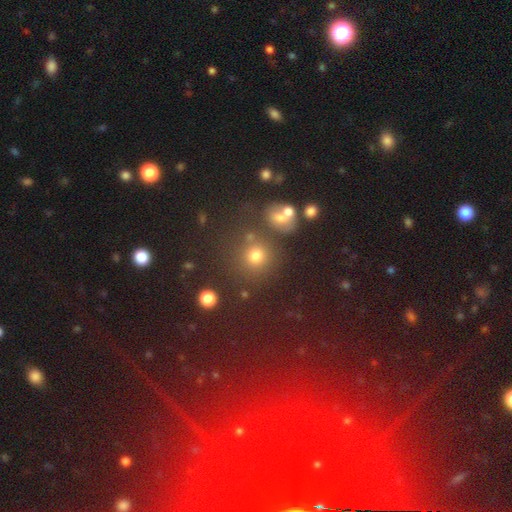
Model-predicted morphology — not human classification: Smooth or featured? Predicted: smooth (p=0.72). How rounded? Predicted: round (p=0.89). Merging? Predicted: none (p=0.73).